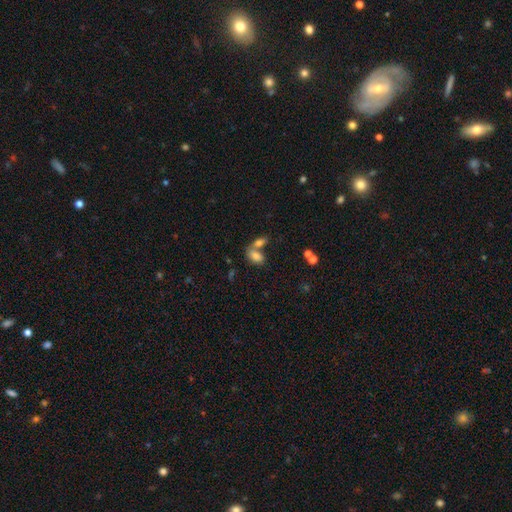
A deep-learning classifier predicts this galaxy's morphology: Smooth or featured? Predicted: smooth (p=0.79). How rounded? Predicted: in between (p=0.89). Merging? Predicted: merger (p=0.52).